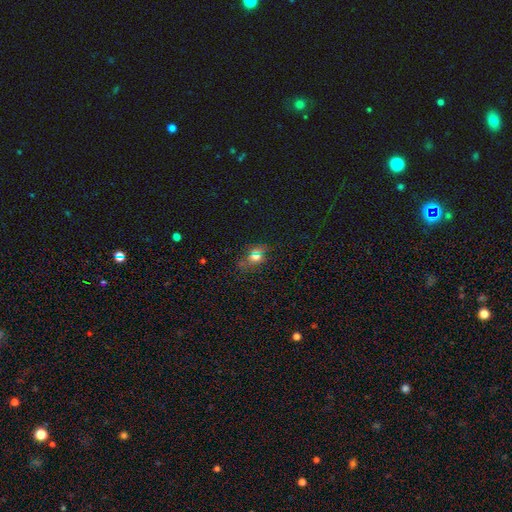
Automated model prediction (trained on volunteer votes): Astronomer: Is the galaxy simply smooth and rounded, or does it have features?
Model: smooth — 58%.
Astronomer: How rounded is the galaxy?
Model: in between — 65%.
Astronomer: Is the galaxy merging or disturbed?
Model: none — 80%.